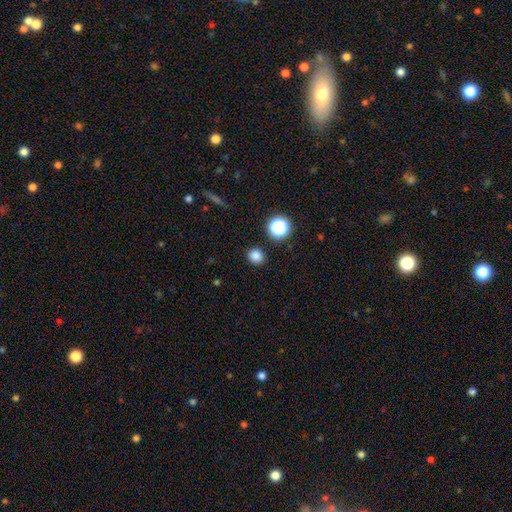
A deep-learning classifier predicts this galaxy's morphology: Smooth or featured? smooth (82%)
How rounded? round (86%)
Merging? none (91%)